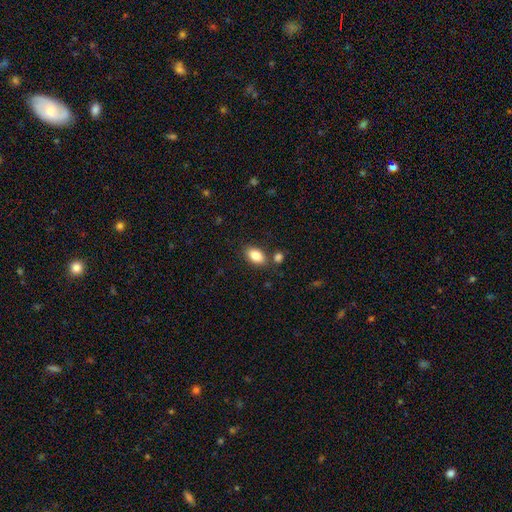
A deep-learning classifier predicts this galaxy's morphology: Q: Smooth or featured?
A: smooth (84%); runner-up: featured or disk (8%)
Q: How rounded?
A: in between (91%); runner-up: round (6%)
Q: Merging?
A: none (79%); runner-up: minor disturbance (10%)